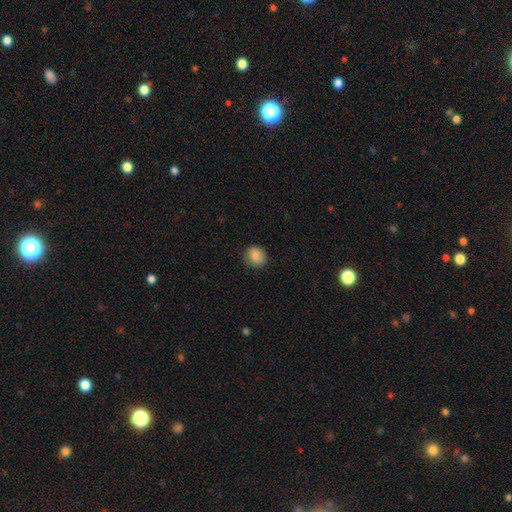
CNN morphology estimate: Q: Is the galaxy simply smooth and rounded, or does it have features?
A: smooth — 87%.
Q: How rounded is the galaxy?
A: round — 76%.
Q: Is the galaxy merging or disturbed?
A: none — 82%.